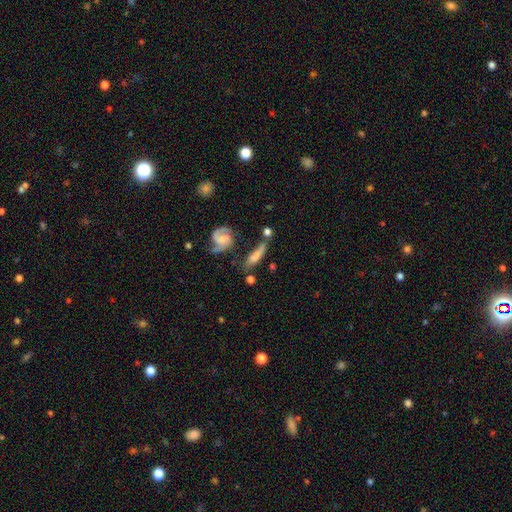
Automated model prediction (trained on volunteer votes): smooth-or-featured: smooth: 48% | featured or disk: 43% | star or artifact: 9%
  merging: none: 44% | minor disturbance: 23% | merger: 19% | major disturbance: 14%